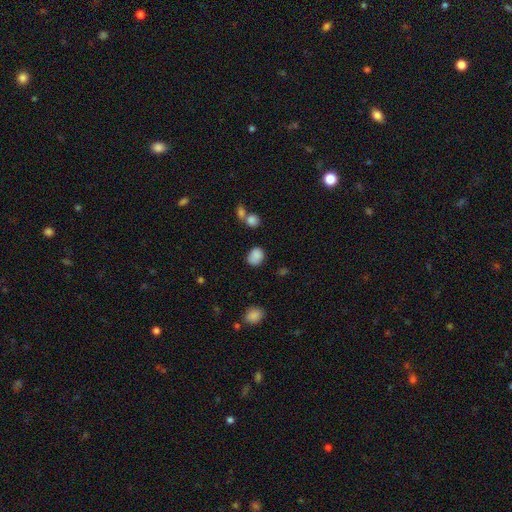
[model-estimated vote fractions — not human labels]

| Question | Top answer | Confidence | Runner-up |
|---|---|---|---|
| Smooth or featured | smooth | 85% | star or artifact (10%) |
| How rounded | round | 50% | in between (49%) |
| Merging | none | 73% | minor disturbance (16%) |